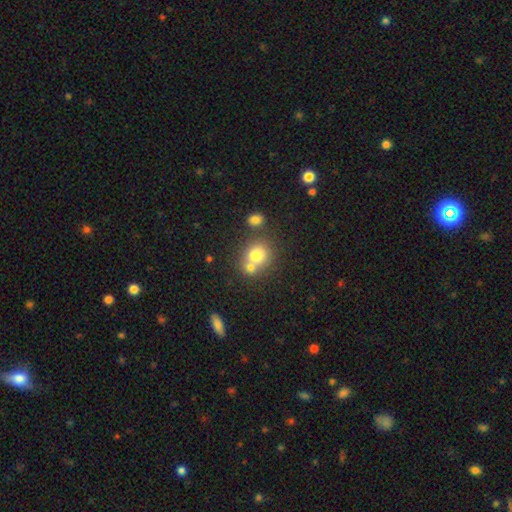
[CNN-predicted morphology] The model was most divided on "merging": none: 45%, merger: 43%, minor disturbance: 8%, major disturbance: 3%. More confident: how rounded — round (77%); smooth or featured — smooth (74%).